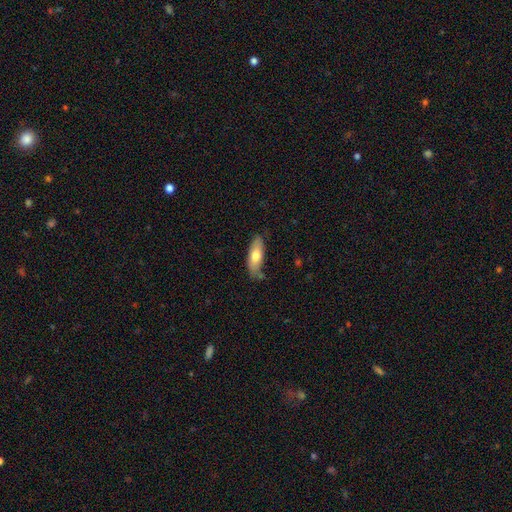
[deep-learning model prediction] A smooth galaxy with no disk features (70%) that is in between round and cigar-shaped (72%). Merging: none (69%).